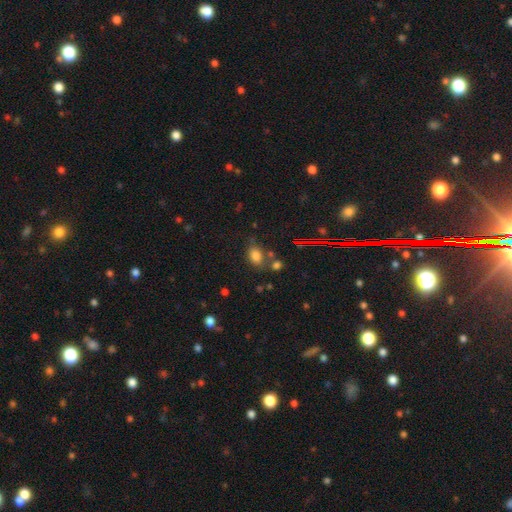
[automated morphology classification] Smooth or featured: smooth — 77% (star or artifact — 15%)
How rounded: in between — 76% (round — 22%)
Merging: none — 62% (minor disturbance — 16%)